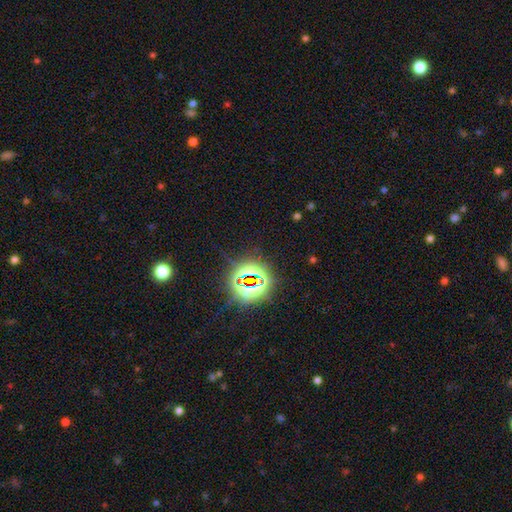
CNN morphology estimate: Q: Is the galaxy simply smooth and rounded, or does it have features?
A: star or artifact — 83%.